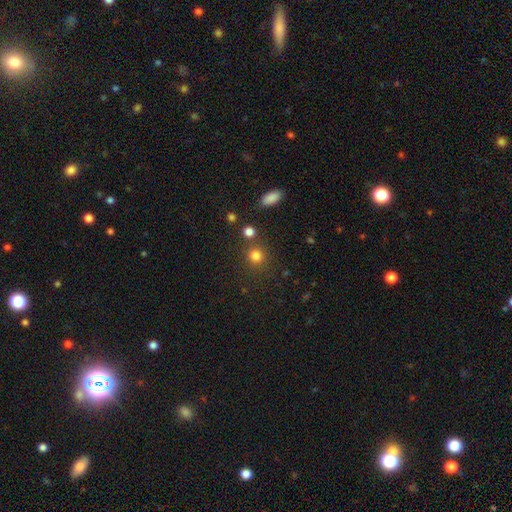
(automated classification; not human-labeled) Q: Smooth or featured?
A: smooth (80%); runner-up: star or artifact (15%)
Q: How rounded?
A: round (87%); runner-up: in between (12%)
Q: Merging?
A: none (77%); runner-up: merger (9%)